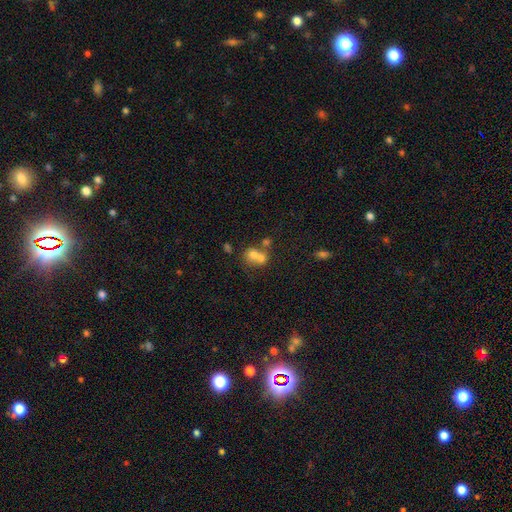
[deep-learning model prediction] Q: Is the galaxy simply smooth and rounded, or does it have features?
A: smooth — 65%.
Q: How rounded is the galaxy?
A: round — 72%.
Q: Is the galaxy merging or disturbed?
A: merger — 61%.